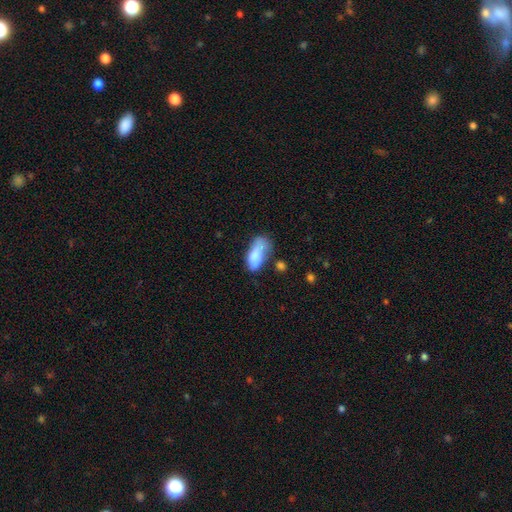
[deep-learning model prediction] The model was most divided on "merging": none: 32%, minor disturbance: 30%, major disturbance: 23%, merger: 15%. More confident: how rounded — in between (83%); smooth or featured — smooth (77%).